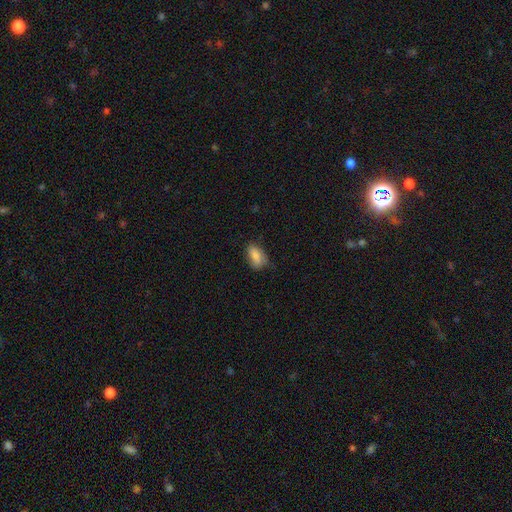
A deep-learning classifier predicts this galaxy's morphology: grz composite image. It shows a smooth galaxy with no disk features (82%) that is in between round and cigar-shaped (89%). Merging: none (61%).